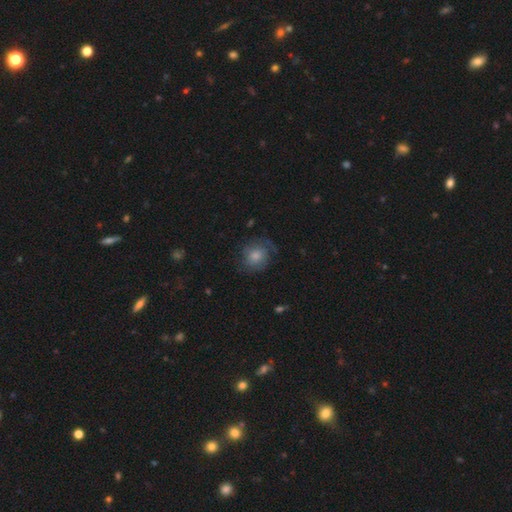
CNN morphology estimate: Smooth or featured: smooth — 54% (featured or disk — 38%)
How rounded: round — 76% (in between — 23%)
Merging: none — 62% (minor disturbance — 22%)